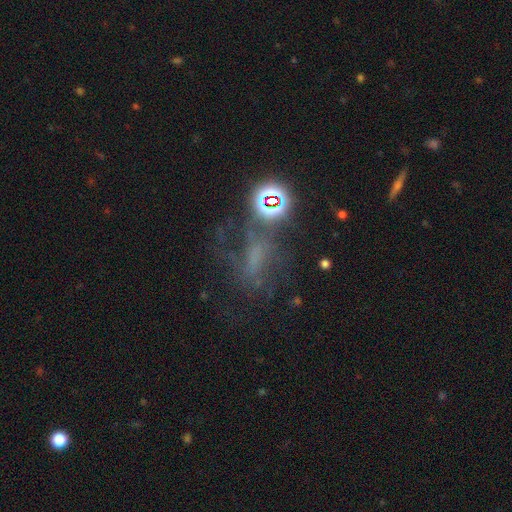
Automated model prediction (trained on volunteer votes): Smooth or featured? Predicted: star or artifact (p=0.38).